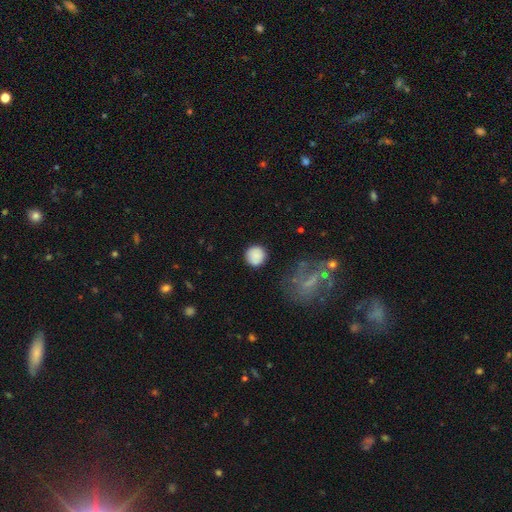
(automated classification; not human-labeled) Smooth or featured? smooth (86%)
How rounded? round (93%)
Merging? none (85%)